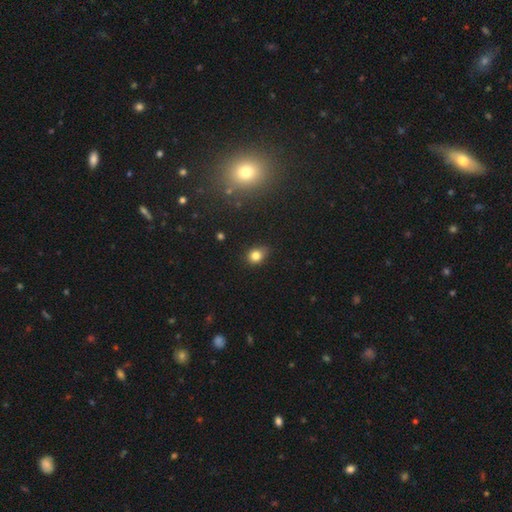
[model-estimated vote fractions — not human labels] This appears to be a smooth galaxy with no disk features (81%) that is round (61%). Merging: none (72%).